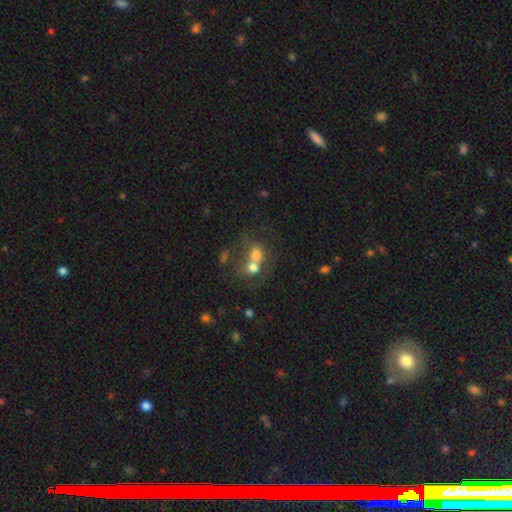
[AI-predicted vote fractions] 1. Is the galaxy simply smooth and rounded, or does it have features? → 64% smooth, 24% featured or disk, 12% star or artifact.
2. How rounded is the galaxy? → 60% round, 39% in between, 1% cigar-shaped.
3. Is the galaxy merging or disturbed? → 71% merger, 18% none, 6% minor disturbance, 5% major disturbance.